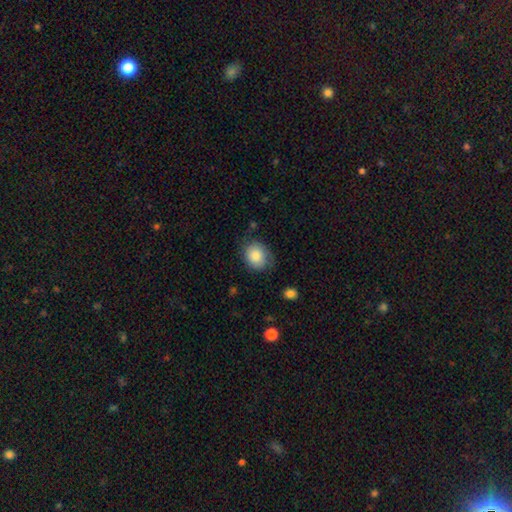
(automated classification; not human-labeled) smooth_or_featured: smooth (p=0.79) [alt: featured or disk p=0.13]
how_rounded: round (p=0.56) [alt: in between p=0.43]
merging: none (p=0.66) [alt: minor disturbance p=0.24]